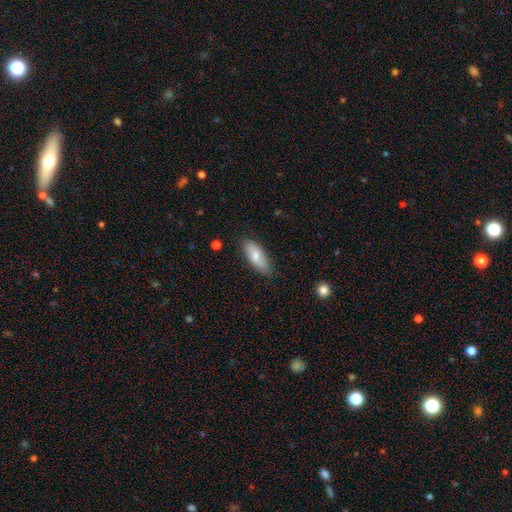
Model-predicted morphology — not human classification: Smooth or featured? smooth (74%)
How rounded? in between (77%)
Merging? none (79%)